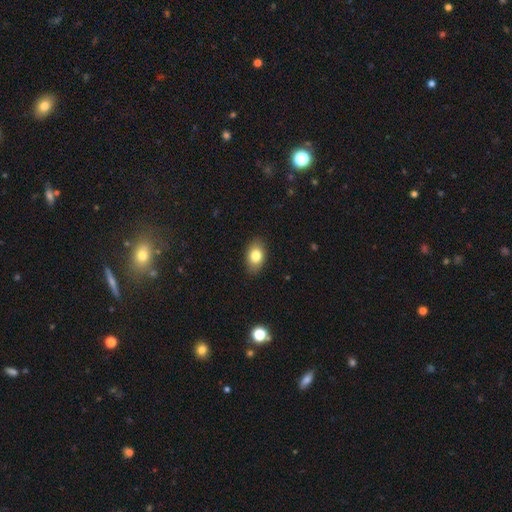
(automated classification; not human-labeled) Smooth or featured? smooth (81%)
How rounded? in between (86%)
Merging? none (88%)